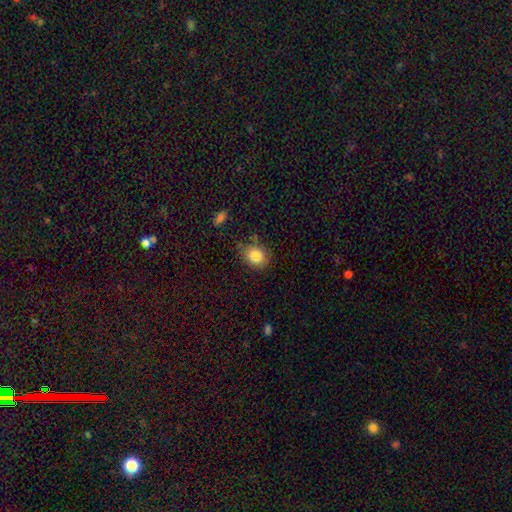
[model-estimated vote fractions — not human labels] Smooth or featured: smooth — 84% (star or artifact — 9%)
How rounded: round — 61% (in between — 38%)
Merging: none — 74% (minor disturbance — 19%)